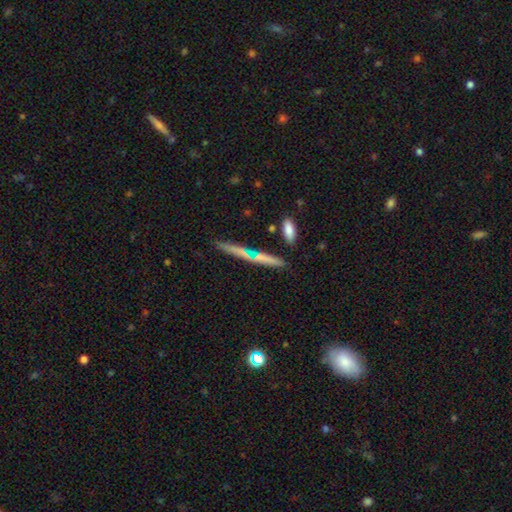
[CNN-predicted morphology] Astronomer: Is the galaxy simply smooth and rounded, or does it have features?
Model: featured or disk — 60%.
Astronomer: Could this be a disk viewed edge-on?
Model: yes — 94%.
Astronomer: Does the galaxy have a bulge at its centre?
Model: rounded — 51% (runner-up: none, 41%).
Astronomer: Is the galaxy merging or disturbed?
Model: none — 83%.